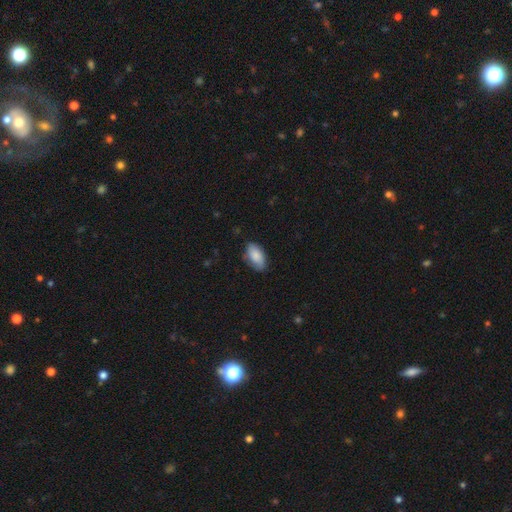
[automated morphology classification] Smooth or featured? Predicted: smooth (p=0.84). How rounded? Predicted: in between (p=0.94). Merging? Predicted: none (p=0.74).